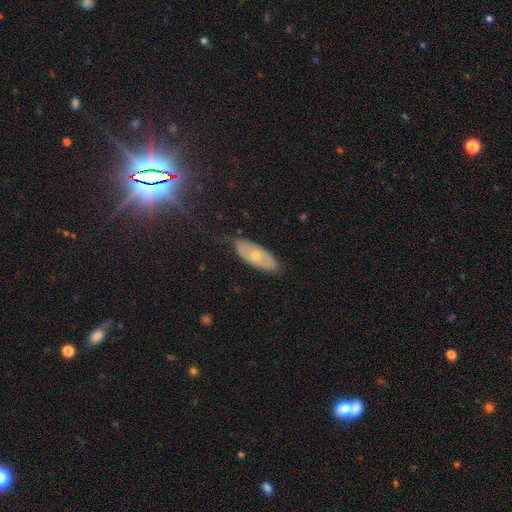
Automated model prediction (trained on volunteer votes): This appears to be a featured or disk galaxy (48%). Merging: none (74%).